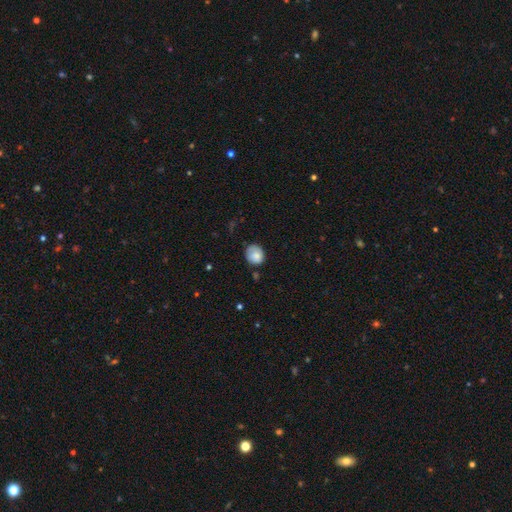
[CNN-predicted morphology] Smooth or featured? Predicted: smooth (p=0.80). How rounded? Predicted: round (p=0.71). Merging? Predicted: none (p=0.63).